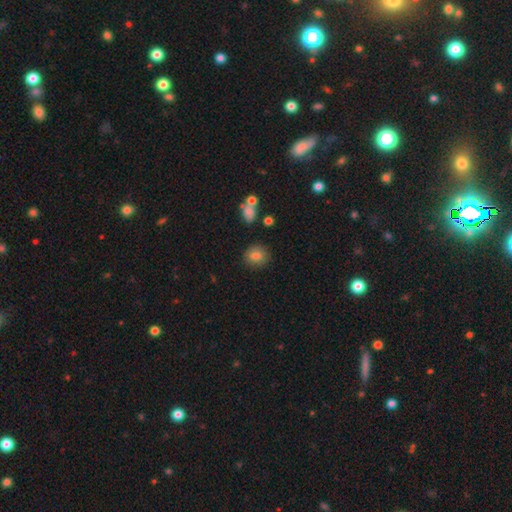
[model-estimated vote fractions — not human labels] smooth-or-featured: smooth: 82% | star or artifact: 10% | featured or disk: 8%
  how-rounded: round: 76% | in between: 23% | cigar-shaped: 1%
  merging: none: 83% | minor disturbance: 10% | merger: 3% | major disturbance: 3%